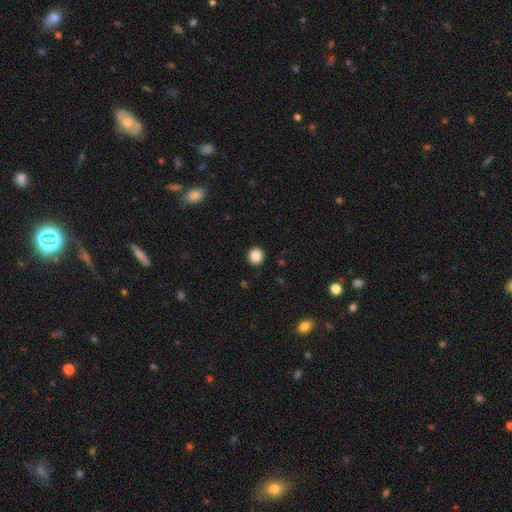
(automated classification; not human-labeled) Smooth or featured? smooth (86%)
How rounded? round (92%)
Merging? none (93%)